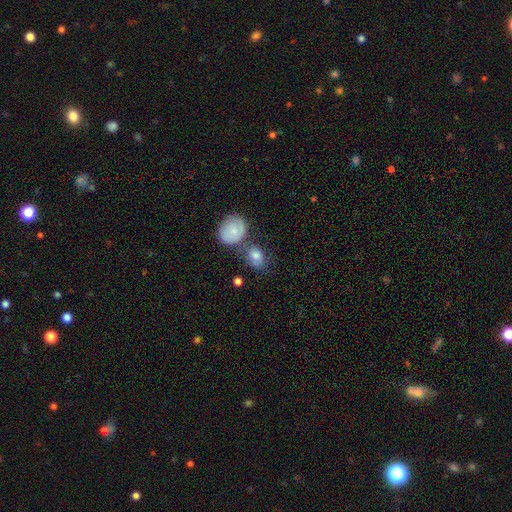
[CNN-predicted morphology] Smooth or featured?
  - smooth: 77% *
  - featured or disk: 14%
  - star or artifact: 8%
How rounded?
  - in between: 56% *
  - round: 43%
  - cigar-shaped: 1%
Merging?
  - none: 55% *
  - merger: 22%
  - minor disturbance: 17%
  - major disturbance: 6%